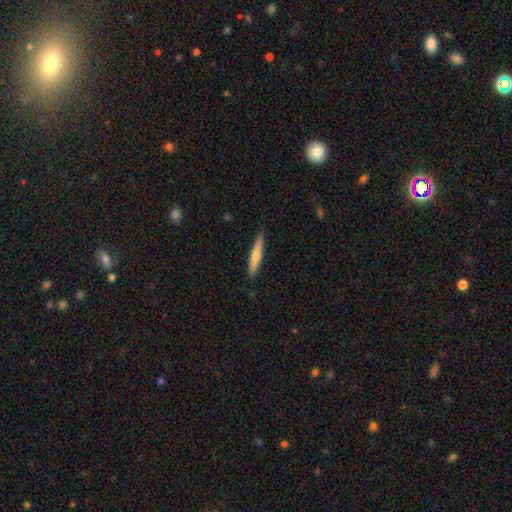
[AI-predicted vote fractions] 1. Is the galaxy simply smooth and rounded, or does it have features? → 57% smooth, 37% featured or disk, 6% star or artifact.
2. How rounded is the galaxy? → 92% cigar-shaped, 6% in between, 1% round.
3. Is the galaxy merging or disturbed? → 90% none, 8% minor disturbance, 1% major disturbance, 1% merger.